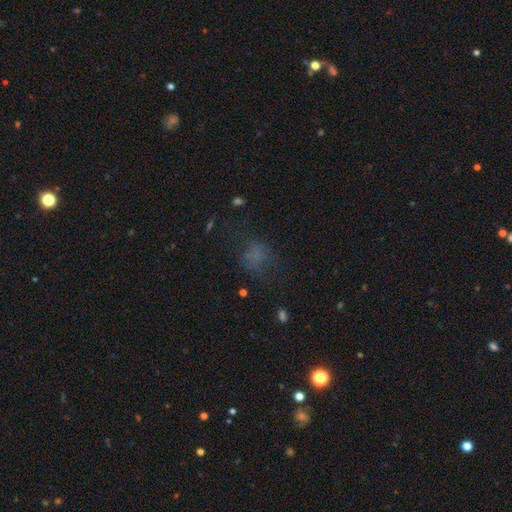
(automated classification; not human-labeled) Smooth or featured? Predicted: smooth (p=0.61). How rounded? Predicted: round (p=0.62). Merging? Predicted: none (p=0.57).